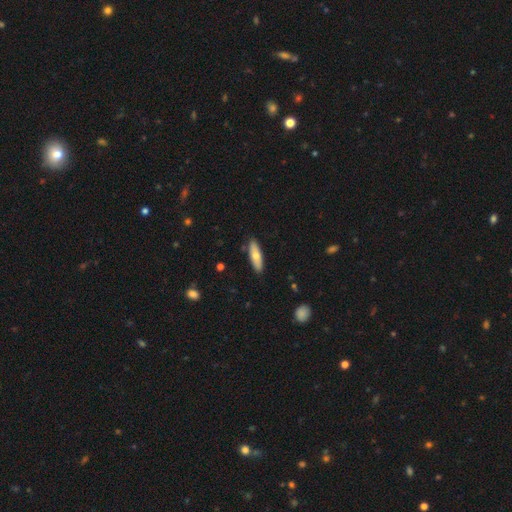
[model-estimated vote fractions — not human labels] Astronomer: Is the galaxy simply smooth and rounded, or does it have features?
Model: smooth — 66%.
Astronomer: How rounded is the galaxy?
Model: cigar-shaped — 54% (runner-up: in between, 44%).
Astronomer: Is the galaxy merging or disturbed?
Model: none — 87%.